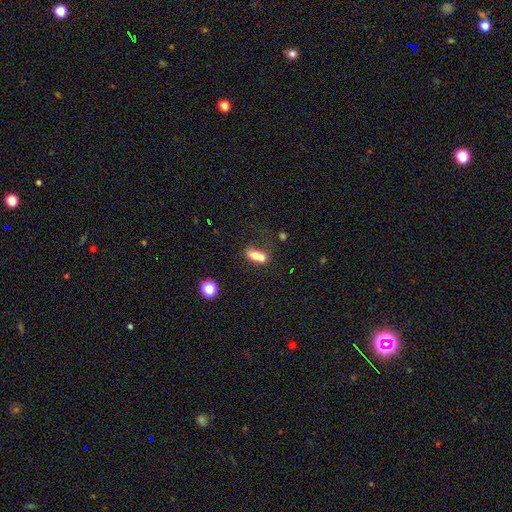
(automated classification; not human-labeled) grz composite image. It shows a smooth galaxy with no disk features (67%) that is in between round and cigar-shaped (73%). Merging: merger (59%).